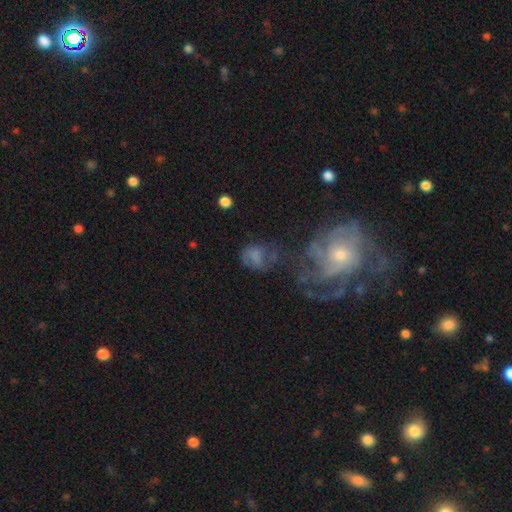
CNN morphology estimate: smooth-or-featured: smooth: 44% | featured or disk: 41% | star or artifact: 15%
  merging: none: 39% | major disturbance: 27% | minor disturbance: 21% | merger: 12%